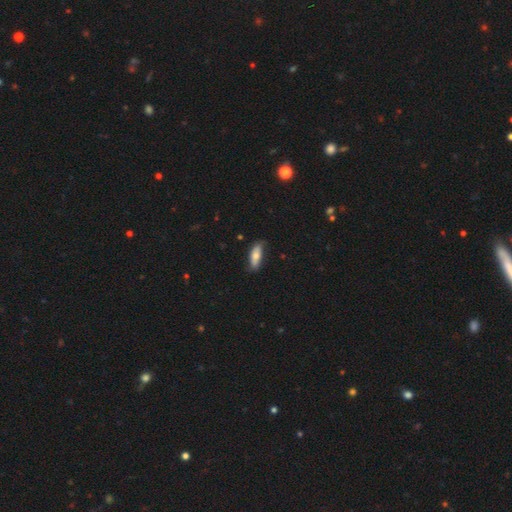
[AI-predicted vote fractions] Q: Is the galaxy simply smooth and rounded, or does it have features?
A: smooth — 71%.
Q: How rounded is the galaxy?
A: in between — 61%.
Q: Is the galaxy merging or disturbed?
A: none — 71%.